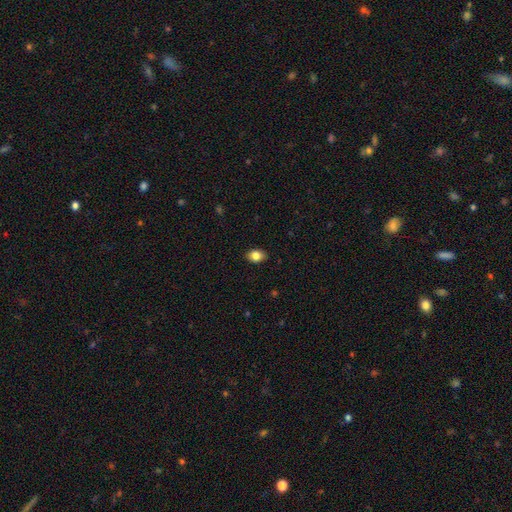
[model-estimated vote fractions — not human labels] Smooth or featured: smooth — 82% (featured or disk — 9%)
How rounded: in between — 77% (round — 21%)
Merging: none — 87% (minor disturbance — 10%)